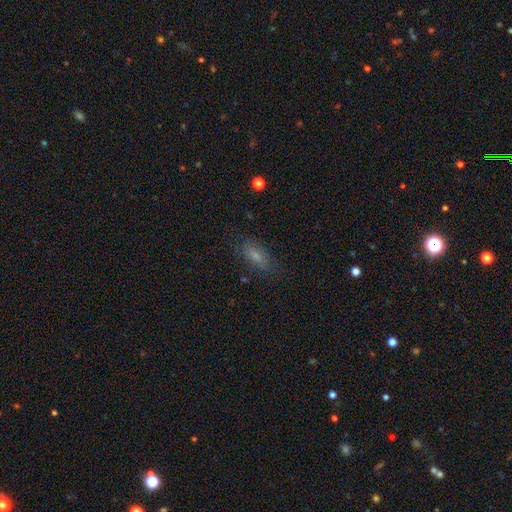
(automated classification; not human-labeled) smooth_or_featured: smooth (p=0.65) [alt: featured or disk p=0.23]
how_rounded: in between (p=0.78) [alt: cigar-shaped p=0.17]
merging: none (p=0.75) [alt: minor disturbance p=0.17]